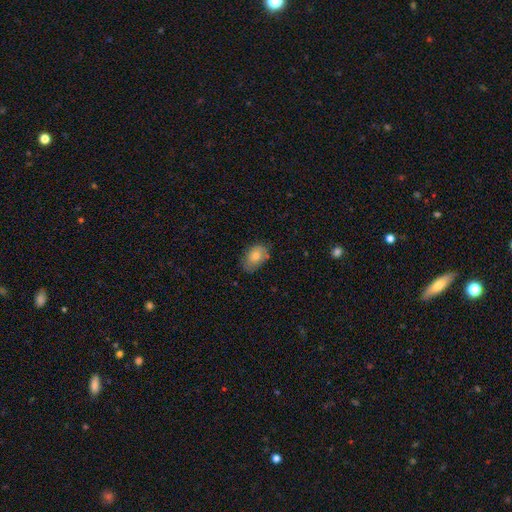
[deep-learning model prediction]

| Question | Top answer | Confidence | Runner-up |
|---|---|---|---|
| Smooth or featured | smooth | 76% | featured or disk (17%) |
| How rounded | in between | 85% | round (13%) |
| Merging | none | 69% | minor disturbance (24%) |